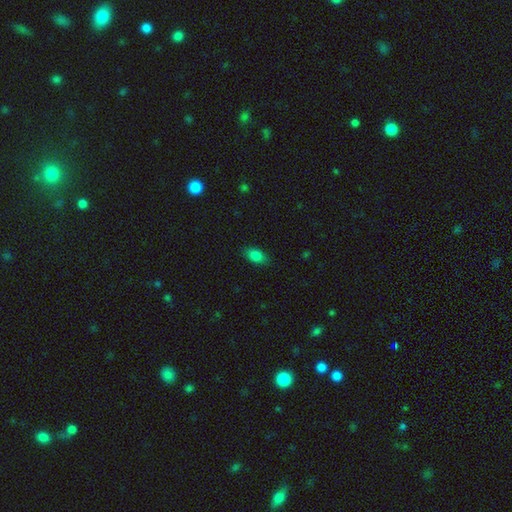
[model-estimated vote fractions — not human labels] This appears to be a smooth galaxy with no disk features (83%) that is in between round and cigar-shaped (88%). Merging: none (85%).